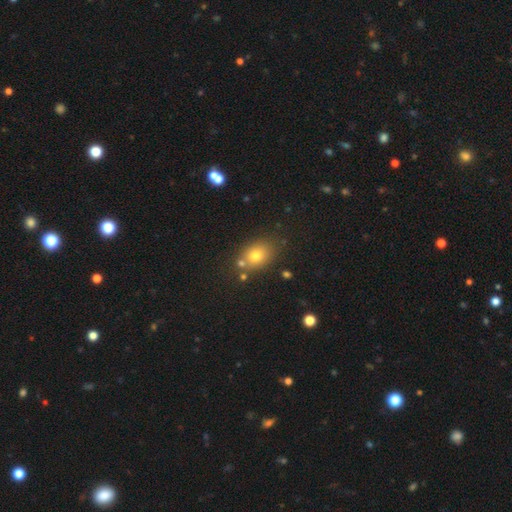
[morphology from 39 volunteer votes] This is likely a smooth galaxy (67%). How rounded: possibly in between (58%). Merging: likely none (74%).